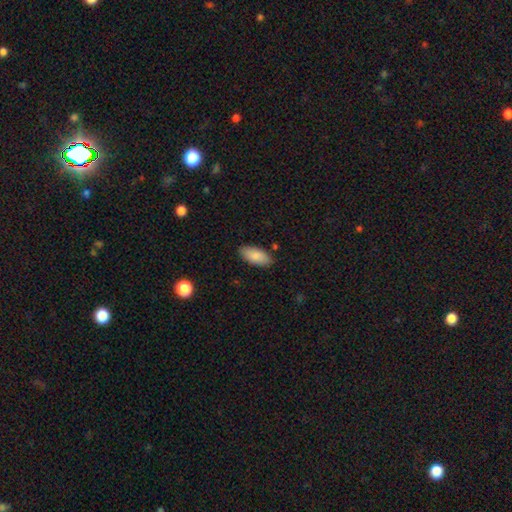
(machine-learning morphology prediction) Smooth or featured? Predicted: smooth (p=0.87). How rounded? Predicted: in between (p=0.90). Merging? Predicted: none (p=0.86).